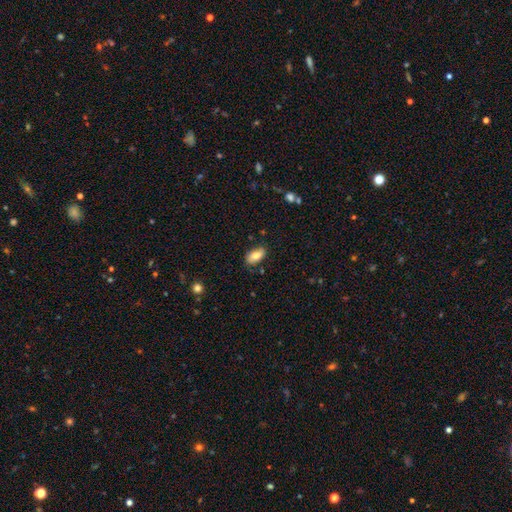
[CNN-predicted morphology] Q: Smooth or featured?
A: smooth (80%); runner-up: featured or disk (13%)
Q: How rounded?
A: in between (92%); runner-up: cigar-shaped (5%)
Q: Merging?
A: none (81%); runner-up: minor disturbance (14%)